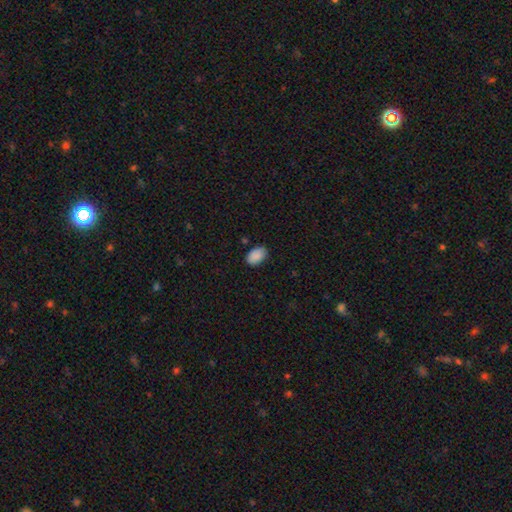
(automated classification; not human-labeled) This is clearly a smooth galaxy (89%). How rounded: clearly in between (89%). Merging: clearly none (81%).